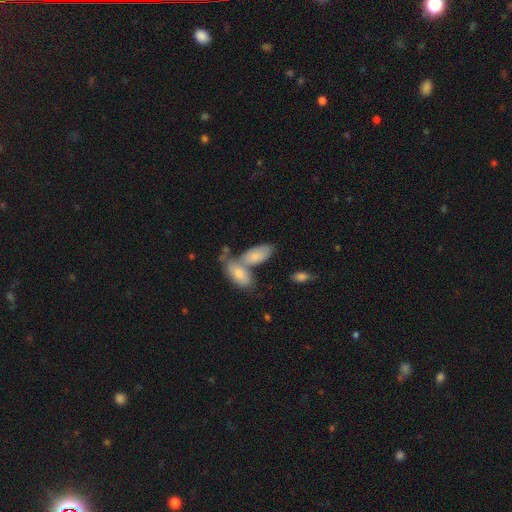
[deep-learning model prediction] Q: Smooth or featured?
A: smooth (78%); runner-up: featured or disk (16%)
Q: How rounded?
A: in between (91%); runner-up: cigar-shaped (7%)
Q: Merging?
A: merger (47%); runner-up: none (37%)